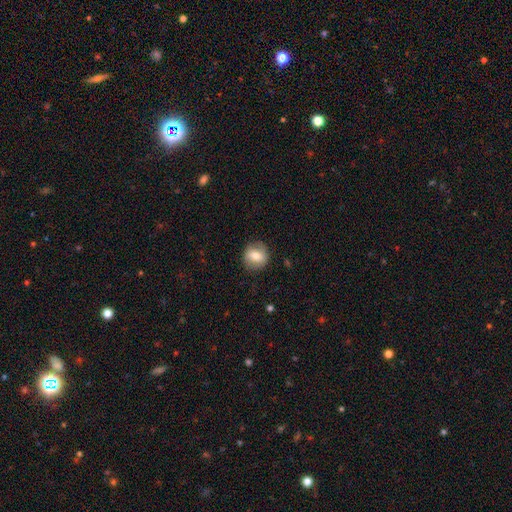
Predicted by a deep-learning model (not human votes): Q: Smooth or featured?
A: smooth (65%); runner-up: featured or disk (27%)
Q: How rounded?
A: round (82%); runner-up: in between (17%)
Q: Merging?
A: none (83%); runner-up: minor disturbance (12%)